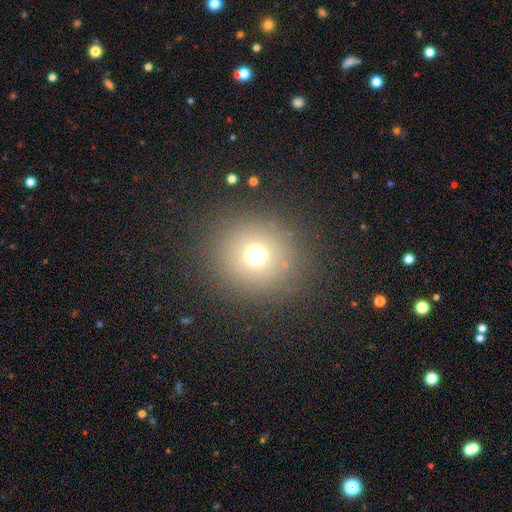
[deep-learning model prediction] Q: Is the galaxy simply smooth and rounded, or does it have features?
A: smooth — 69%.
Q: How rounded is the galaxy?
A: round — 89%.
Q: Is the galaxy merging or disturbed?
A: none — 87%.